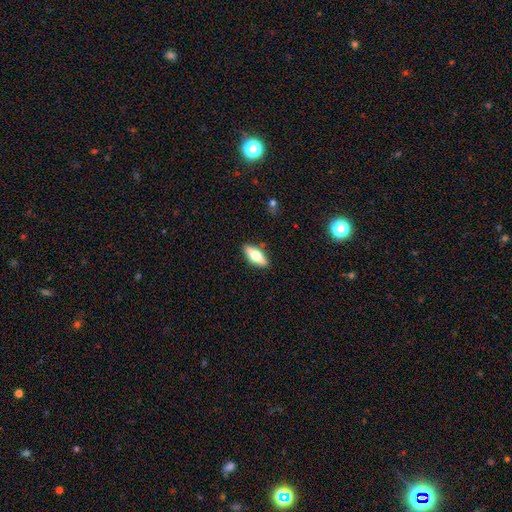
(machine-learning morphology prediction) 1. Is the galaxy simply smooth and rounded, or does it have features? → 57% smooth, 37% featured or disk, 6% star or artifact.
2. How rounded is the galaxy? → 65% in between, 33% cigar-shaped, 3% round.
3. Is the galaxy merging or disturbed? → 87% none, 9% minor disturbance, 2% major disturbance, 2% merger.